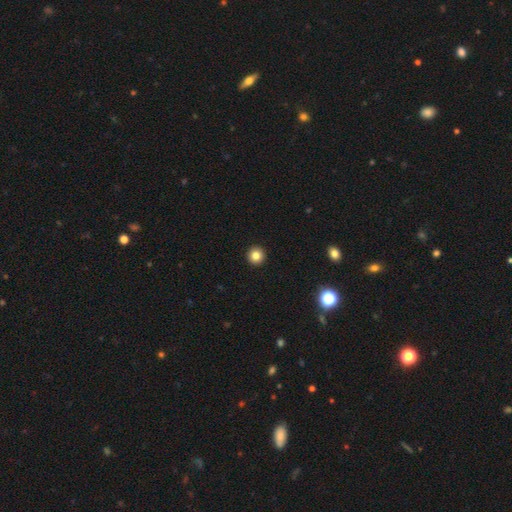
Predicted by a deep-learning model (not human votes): A smooth galaxy with no disk features (83%) that is round (95%).

Vote fractions:
- Smooth or featured? smooth: 83% / star or artifact: 11% / featured or disk: 6%
- How rounded? round: 95% / in between: 4% / cigar-shaped: 1%
- Merging? none: 94% / minor disturbance: 4% / major disturbance: 1% / merger: 1%